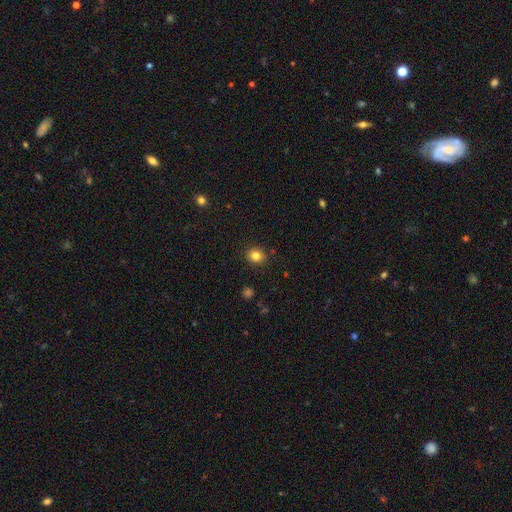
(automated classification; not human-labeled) smooth 82%, star or artifact 12%, featured or disk 6%. Down the decision tree: how rounded — round (77%); merging — none (90%).